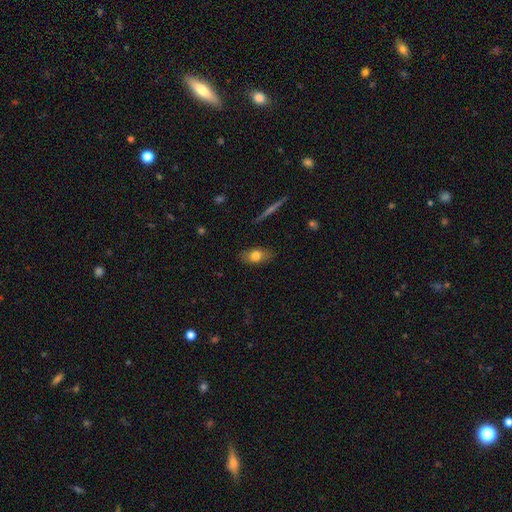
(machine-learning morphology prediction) This is likely a smooth galaxy (73%). How rounded: clearly in between (85%). Merging: clearly none (84%).